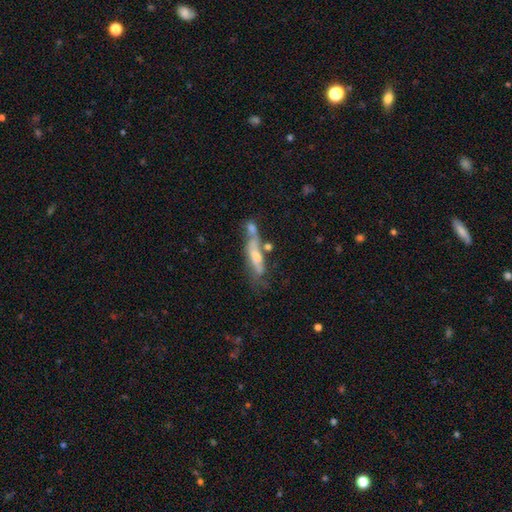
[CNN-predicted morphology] Smooth or featured: featured or disk — 53% (smooth — 37%)
Edge-on disk: yes — 50% (tied with no — 50%)
Merging: merger — 34% (none — 29%)